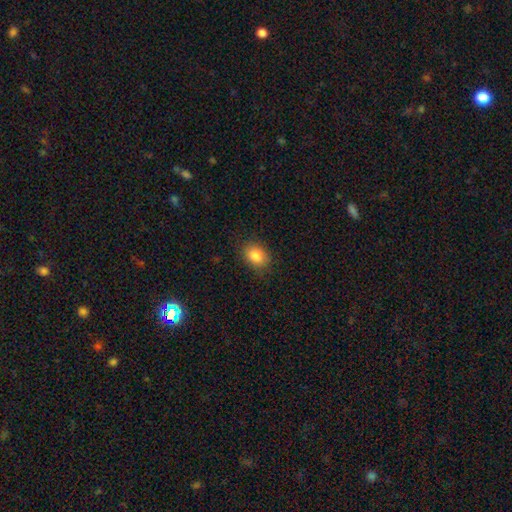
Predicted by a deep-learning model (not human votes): This is clearly a smooth galaxy (86%). How rounded: likely in between (66%). Merging: clearly none (83%).